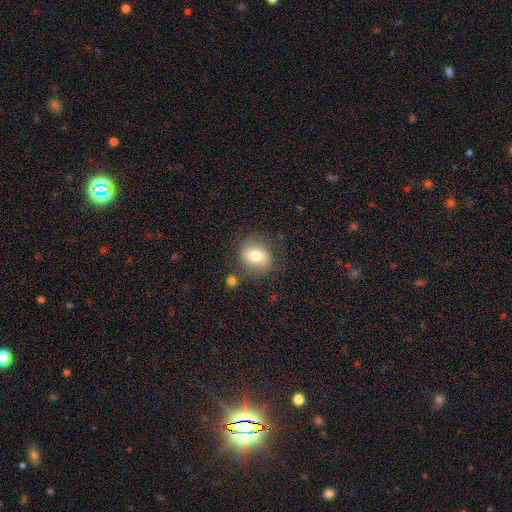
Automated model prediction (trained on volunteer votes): A smooth galaxy with no disk features (71%) that is round (61%).

Vote fractions:
- Smooth or featured? smooth: 71% / featured or disk: 21% / star or artifact: 9%
- How rounded? round: 61% / in between: 38% / cigar-shaped: 1%
- Merging? none: 73% / minor disturbance: 16% / major disturbance: 6% / merger: 5%